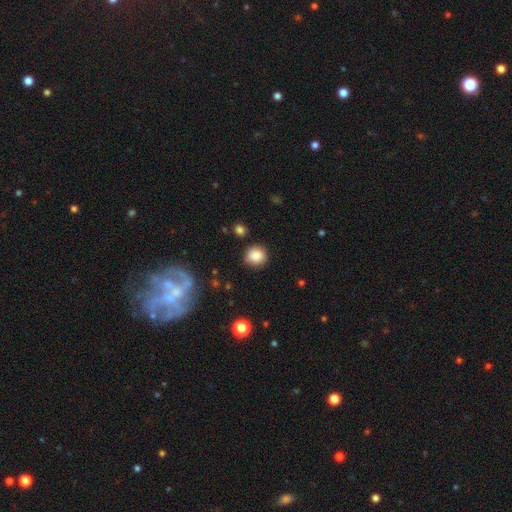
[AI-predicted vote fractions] smooth-or-featured: smooth: 85% | star or artifact: 10% | featured or disk: 6%
  how-rounded: round: 86% | in between: 13% | cigar-shaped: 1%
  merging: none: 83% | minor disturbance: 12% | major disturbance: 3% | merger: 2%